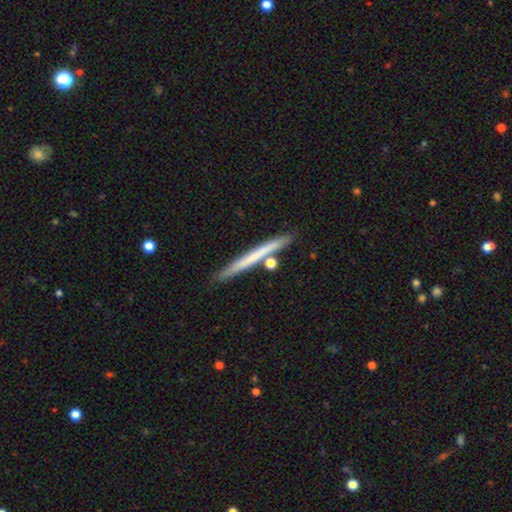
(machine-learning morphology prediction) Smooth or featured: smooth — 52% (featured or disk — 42%)
How rounded: cigar-shaped — 97% (in between — 2%)
Merging: none — 83% (minor disturbance — 9%)